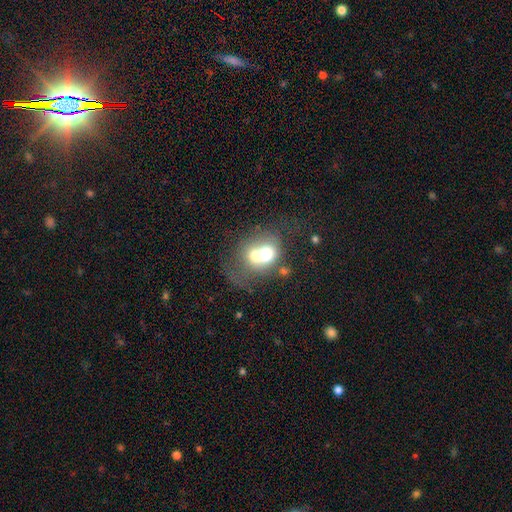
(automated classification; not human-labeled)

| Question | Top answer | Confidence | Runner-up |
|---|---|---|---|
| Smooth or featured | smooth | 59% | featured or disk (31%) |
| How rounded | round | 61% | in between (38%) |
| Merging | merger | 69% | none (17%) |